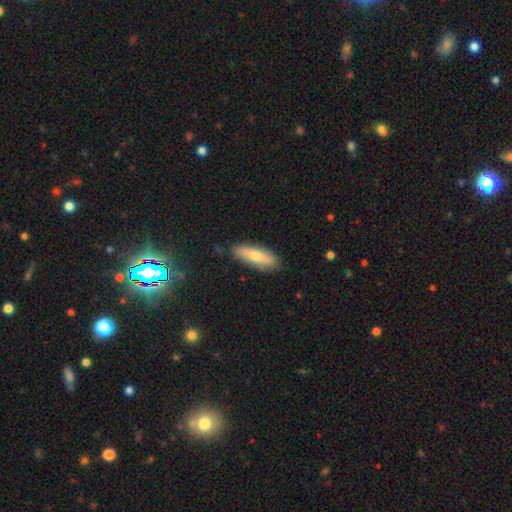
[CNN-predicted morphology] smooth-or-featured: smooth: 60% | featured or disk: 31% | star or artifact: 8%
  how-rounded: cigar-shaped: 53% | in between: 45% | round: 3%
  merging: none: 84% | minor disturbance: 12% | major disturbance: 2% | merger: 2%